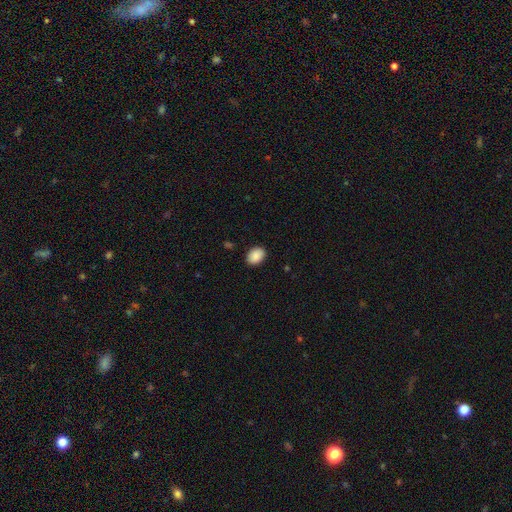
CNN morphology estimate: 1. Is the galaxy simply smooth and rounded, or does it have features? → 90% smooth, 7% star or artifact, 3% featured or disk.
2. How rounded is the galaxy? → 74% in between, 25% round, 1% cigar-shaped.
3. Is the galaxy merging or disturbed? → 88% none, 9% minor disturbance, 2% major disturbance, 1% merger.